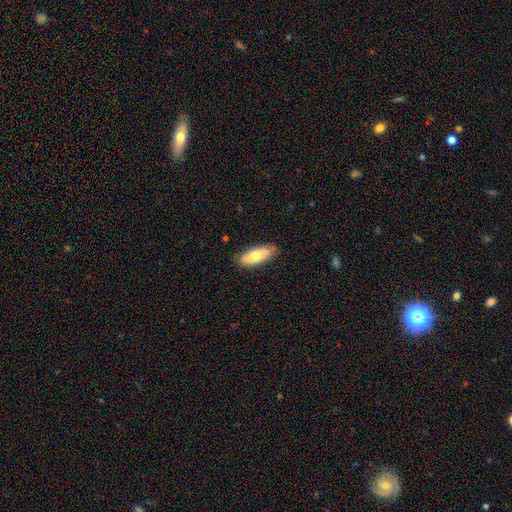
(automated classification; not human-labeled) Q: Smooth or featured?
A: smooth (68%); runner-up: featured or disk (27%)
Q: How rounded?
A: in between (82%); runner-up: cigar-shaped (16%)
Q: Merging?
A: none (84%); runner-up: minor disturbance (13%)